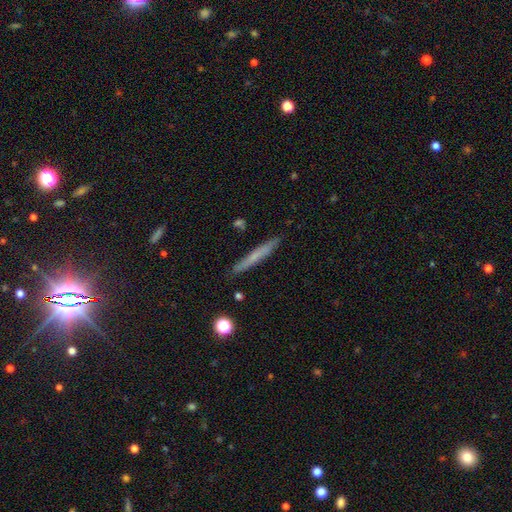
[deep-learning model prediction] smooth_or_featured: smooth (p=0.55) [alt: featured or disk p=0.38]
how_rounded: cigar-shaped (p=0.96) [alt: in between p=0.03]
merging: none (p=0.89) [alt: minor disturbance p=0.08]